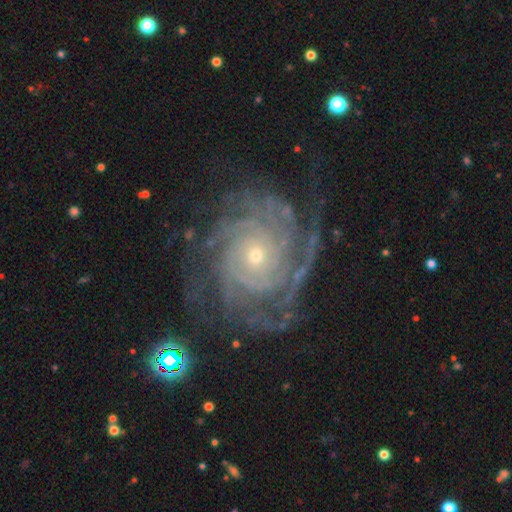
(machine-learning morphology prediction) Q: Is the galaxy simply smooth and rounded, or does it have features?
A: featured or disk — 90%.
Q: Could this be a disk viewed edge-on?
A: no — 97%.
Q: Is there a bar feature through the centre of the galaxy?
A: no — 78%.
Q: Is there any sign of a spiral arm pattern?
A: yes — 98%.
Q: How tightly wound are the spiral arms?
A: tight — 78%.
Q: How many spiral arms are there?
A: can't tell — 23%, tied with 4.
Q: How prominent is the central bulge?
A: small — 75%.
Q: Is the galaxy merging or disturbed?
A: none — 74%.